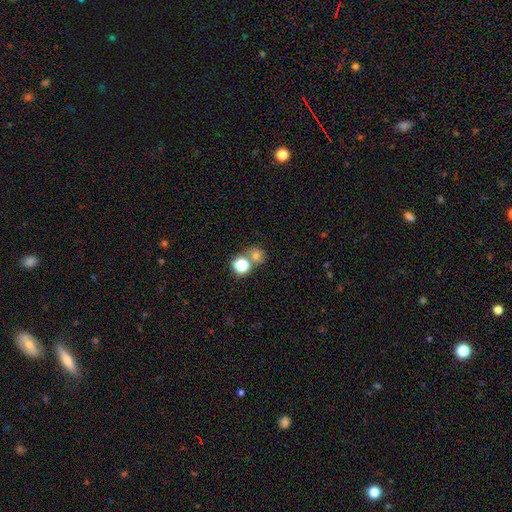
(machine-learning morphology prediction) smooth-or-featured: smooth: 71% | star or artifact: 20% | featured or disk: 9%
  how-rounded: round: 83% | in between: 16% | cigar-shaped: 1%
  merging: none: 56% | merger: 32% | minor disturbance: 8% | major disturbance: 4%